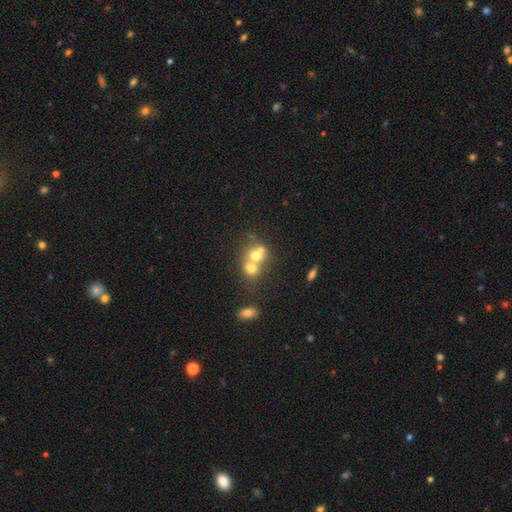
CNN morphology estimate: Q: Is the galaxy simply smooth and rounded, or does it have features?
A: smooth — 63%.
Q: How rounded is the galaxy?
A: round — 66%.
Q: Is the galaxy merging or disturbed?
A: merger — 66%.